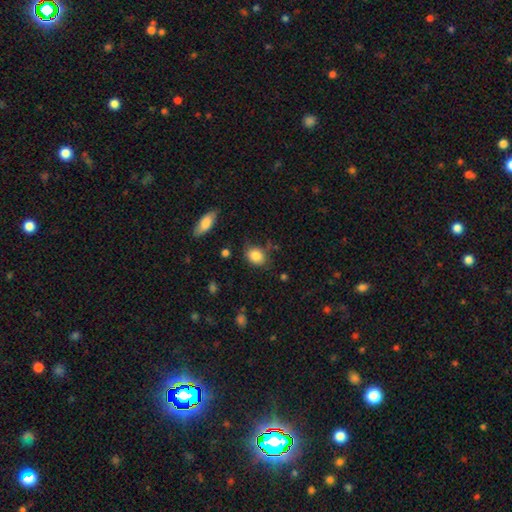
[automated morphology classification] smooth 85%, star or artifact 9%, featured or disk 6%. Down the decision tree: how rounded — in between (57%); merging — none (71%).